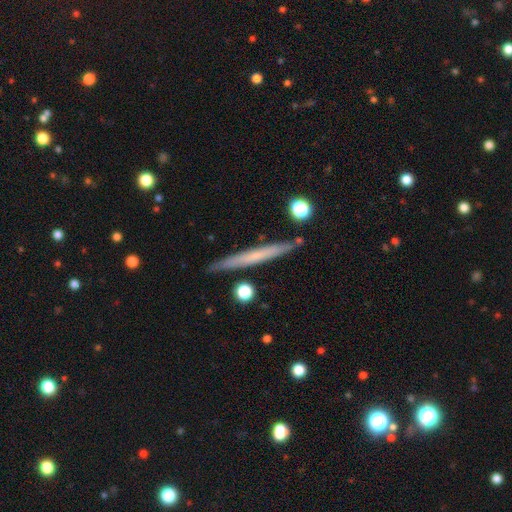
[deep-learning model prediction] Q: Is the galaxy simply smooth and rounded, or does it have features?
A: smooth — 47%, tied with featured or disk.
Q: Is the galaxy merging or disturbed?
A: none — 89%.